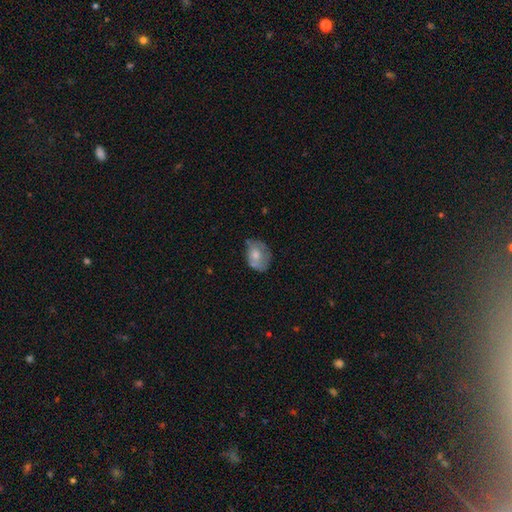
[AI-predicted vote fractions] Overall: smooth (60%; featured or disk 32%). How rounded: in between (62%; round 37%). Merging: none (48%; minor disturbance 33%).